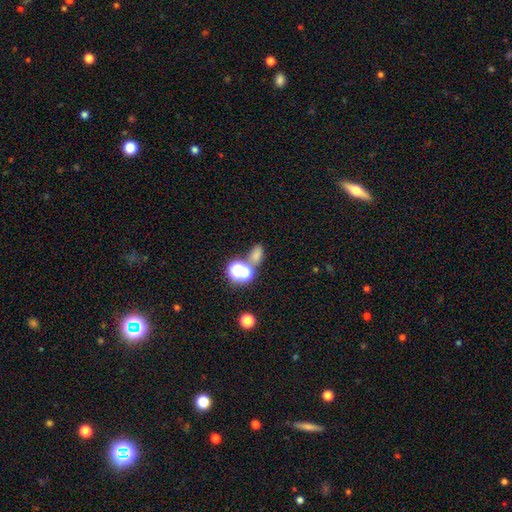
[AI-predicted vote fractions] A smooth galaxy with no disk features (64%) that is in between round and cigar-shaped (75%). Merging: none (52%).